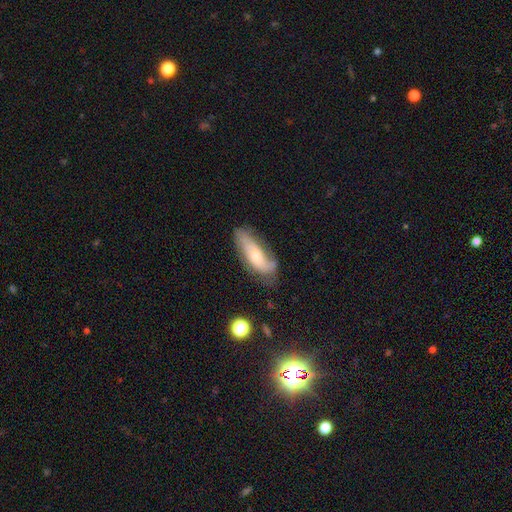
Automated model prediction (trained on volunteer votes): A featured or disk galaxy (49%).

Vote fractions:
- Smooth or featured? featured or disk: 49% / smooth: 44% / star or artifact: 7%
- Merging? none: 53% / minor disturbance: 31% / major disturbance: 14% / merger: 3%